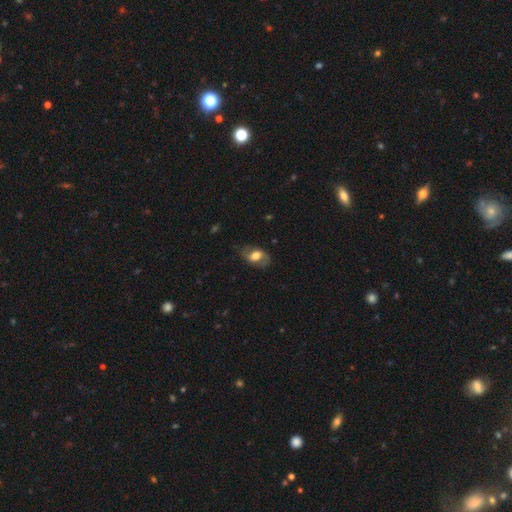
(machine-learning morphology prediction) smooth_or_featured: smooth (p=0.51) [alt: featured or disk p=0.41]
how_rounded: in between (p=0.83) [alt: round p=0.15]
merging: none (p=0.65) [alt: minor disturbance p=0.23]